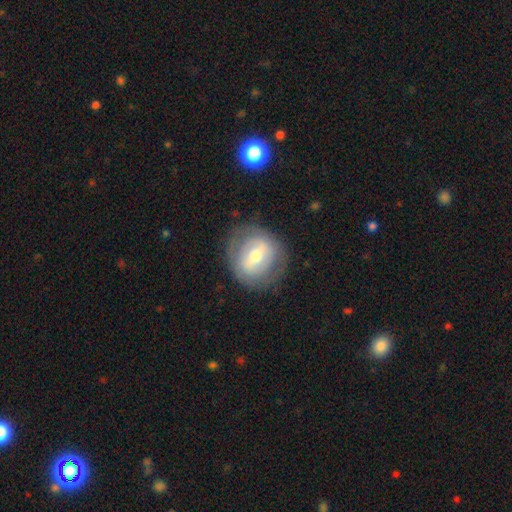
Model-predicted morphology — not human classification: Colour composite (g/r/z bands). It shows a featured or disk galaxy (54%) with a weak bar (40%), no spiral arms (62%) and a moderate central bulge (62%). Merging: none (78%).